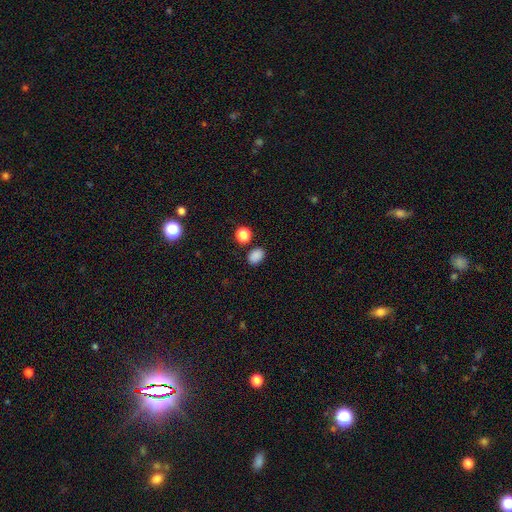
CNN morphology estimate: Smooth or featured: smooth — 85% (star or artifact — 12%)
How rounded: in between — 74% (round — 25%)
Merging: none — 83% (minor disturbance — 10%)